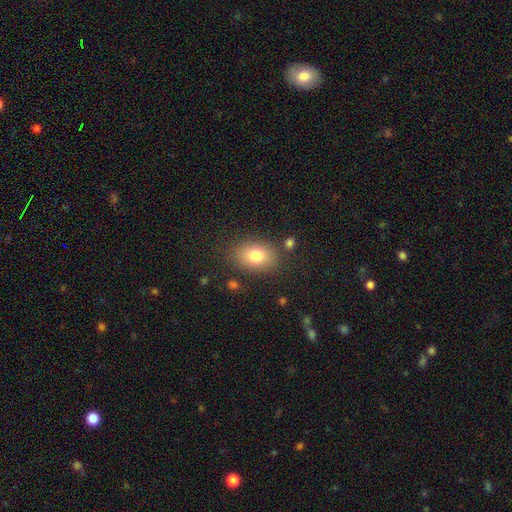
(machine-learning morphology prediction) smooth 80%, featured or disk 11%, star or artifact 9%. Down the decision tree: how rounded — in between (76%); merging — none (80%).